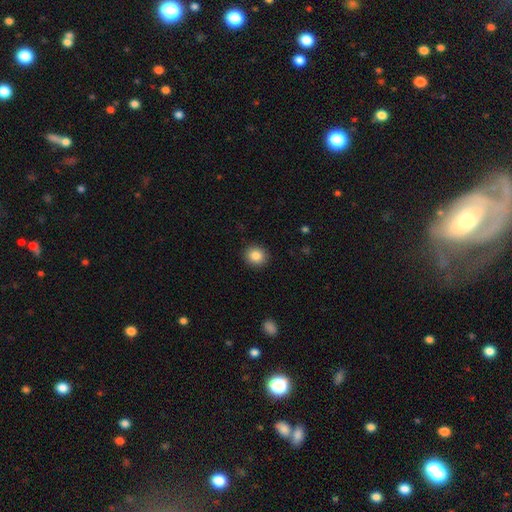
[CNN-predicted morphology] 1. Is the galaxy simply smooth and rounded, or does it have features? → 86% smooth, 9% star or artifact, 5% featured or disk.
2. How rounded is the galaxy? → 84% round, 15% in between, 1% cigar-shaped.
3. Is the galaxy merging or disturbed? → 91% none, 6% minor disturbance, 2% major disturbance, 1% merger.